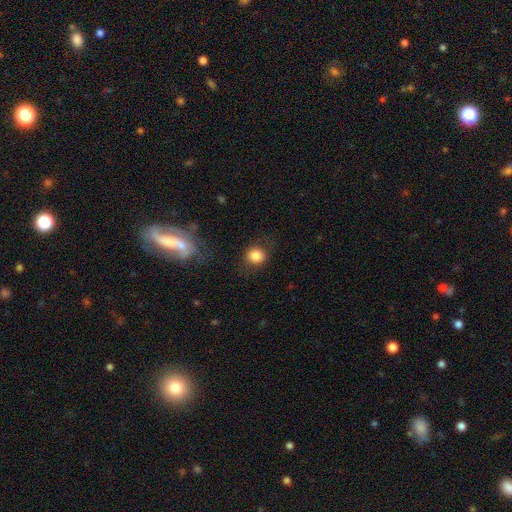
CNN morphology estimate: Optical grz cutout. It shows a smooth galaxy with no disk features (83%) that is round (81%). Merging: none (77%).